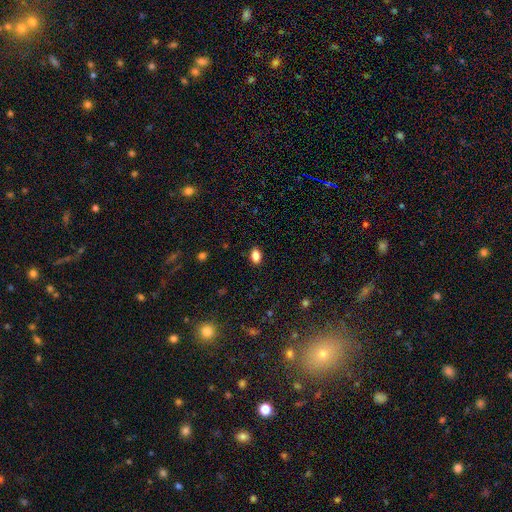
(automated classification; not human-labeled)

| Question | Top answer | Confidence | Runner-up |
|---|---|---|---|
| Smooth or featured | smooth | 85% | star or artifact (10%) |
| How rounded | in between | 87% | round (11%) |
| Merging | none | 89% | minor disturbance (8%) |